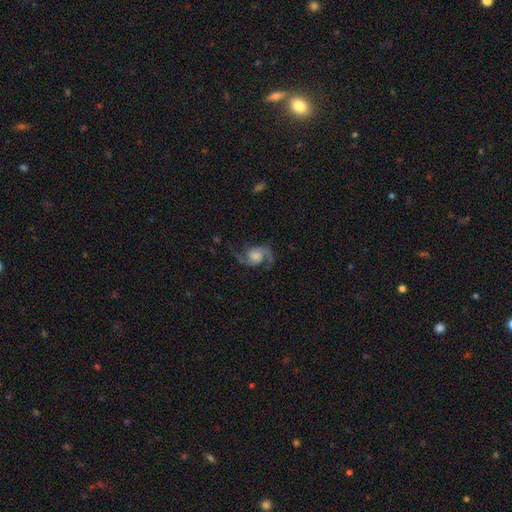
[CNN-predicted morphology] Smooth or featured: featured or disk — 89% (star or artifact — 6%)
Edge-on disk: no — 98% (yes — 2%)
Bar: no — 68% (weak — 26%)
Spiral arms: yes — 98% (no — 2%)
Spiral winding: medium — 47% (loose — 43%)
Spiral arm count: 2 — 94% (1 — 2%)
Bulge size: moderate — 38% (large — 24%)
Merging: none — 77% (minor disturbance — 14%)